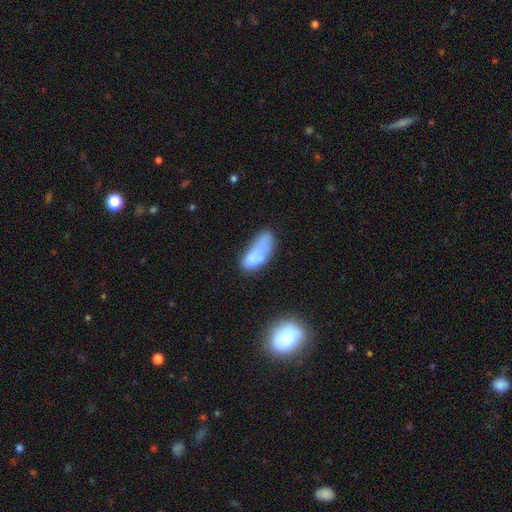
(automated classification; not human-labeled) smooth_or_featured: smooth (p=0.66) [alt: featured or disk p=0.24]
how_rounded: in between (p=0.76) [alt: cigar-shaped p=0.20]
merging: none (p=0.29) [alt: minor disturbance p=0.25]